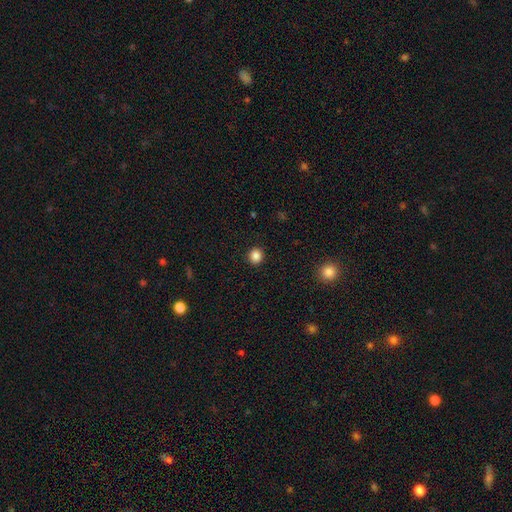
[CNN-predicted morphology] type=smooth (86%); roundness=round (86%); merging=none (92%).